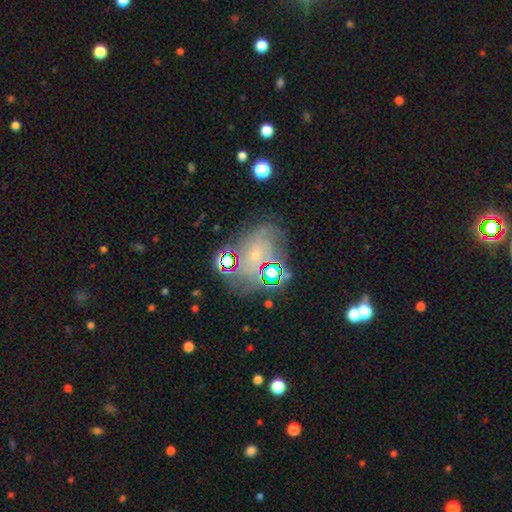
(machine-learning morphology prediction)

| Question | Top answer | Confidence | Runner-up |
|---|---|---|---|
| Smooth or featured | featured or disk | 53% | smooth (24%) |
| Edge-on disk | no | 96% | yes (4%) |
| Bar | no | 75% | weak (19%) |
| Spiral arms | yes | 77% | no (23%) |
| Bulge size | small | 78% | moderate (15%) |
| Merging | none | 64% | minor disturbance (19%) |